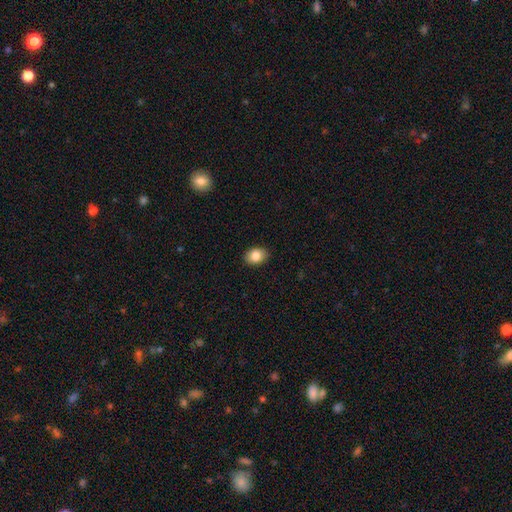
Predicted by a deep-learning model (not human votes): This is clearly a smooth galaxy (84%). How rounded: likely in between (72%). Merging: clearly none (89%).